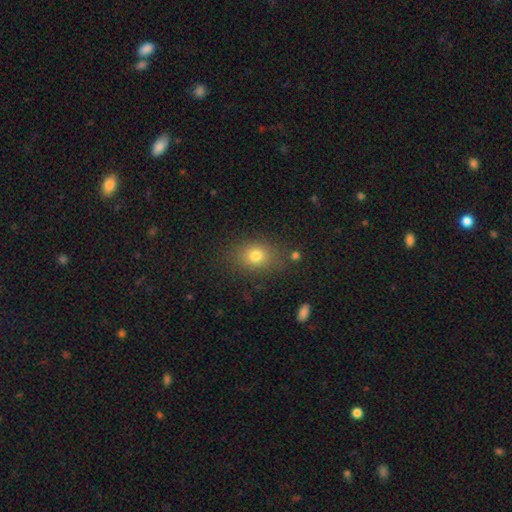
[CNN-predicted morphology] Smooth or featured? smooth (77%)
How rounded? in between (56%)
Merging? none (80%)